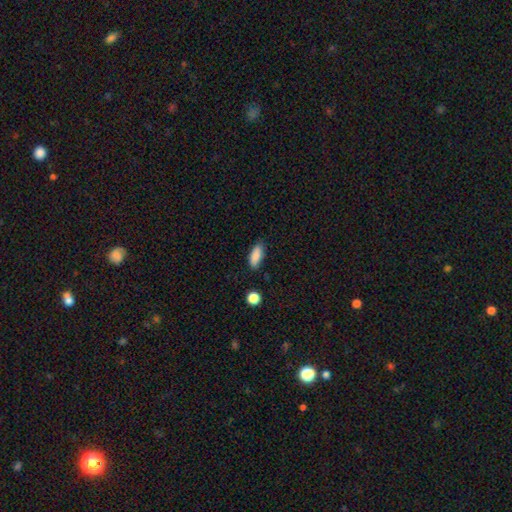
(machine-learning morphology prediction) The model was most divided on "how rounded": in between: 79%, cigar-shaped: 19%, round: 3%. More confident: smooth or featured — smooth (87%); merging — none (80%).